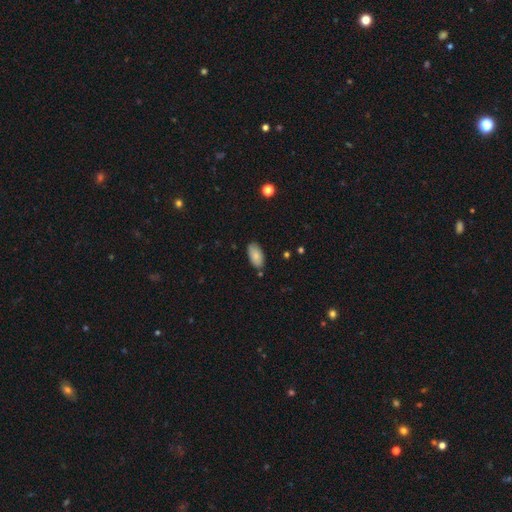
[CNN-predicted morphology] smooth 83%, featured or disk 10%, star or artifact 7%. Down the decision tree: how rounded — in between (94%); merging — none (83%).